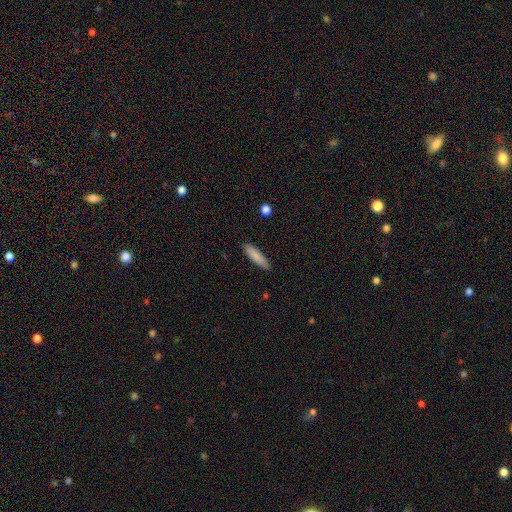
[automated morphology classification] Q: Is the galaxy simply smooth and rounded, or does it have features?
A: smooth — 86%.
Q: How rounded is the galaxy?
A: cigar-shaped — 73%.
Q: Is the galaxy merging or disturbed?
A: none — 87%.